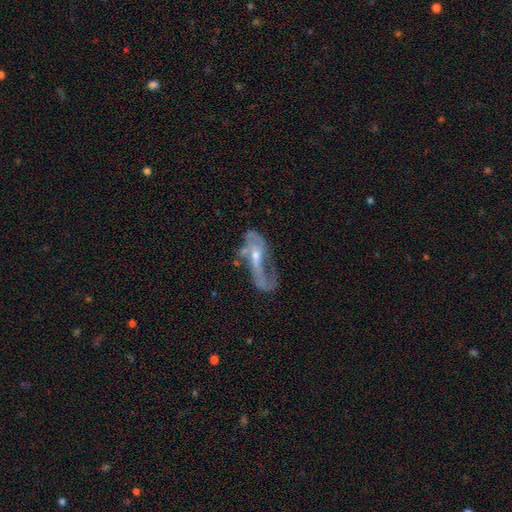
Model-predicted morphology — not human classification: A featured or disk galaxy (75%) with no bar (48%), spiral arms (74%) and a small central bulge (52%). Merging: major disturbance (39%).